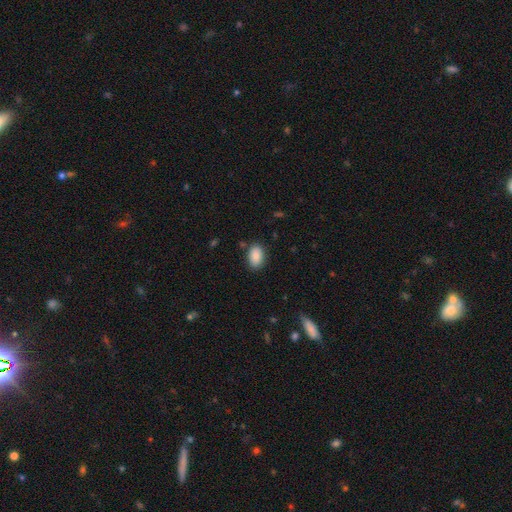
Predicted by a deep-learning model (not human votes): Smooth or featured? Predicted: smooth (p=0.86). How rounded? Predicted: in between (p=0.88). Merging? Predicted: none (p=0.83).